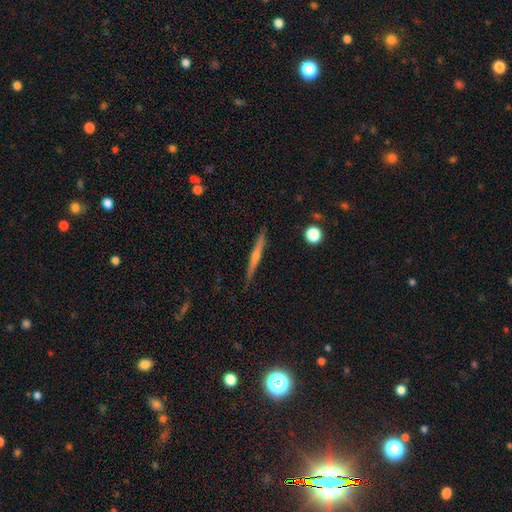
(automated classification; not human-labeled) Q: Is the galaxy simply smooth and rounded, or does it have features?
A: featured or disk — 63%.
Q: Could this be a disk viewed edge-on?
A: yes — 96%.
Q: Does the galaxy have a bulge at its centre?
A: rounded — 71%.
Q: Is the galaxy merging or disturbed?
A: none — 90%.